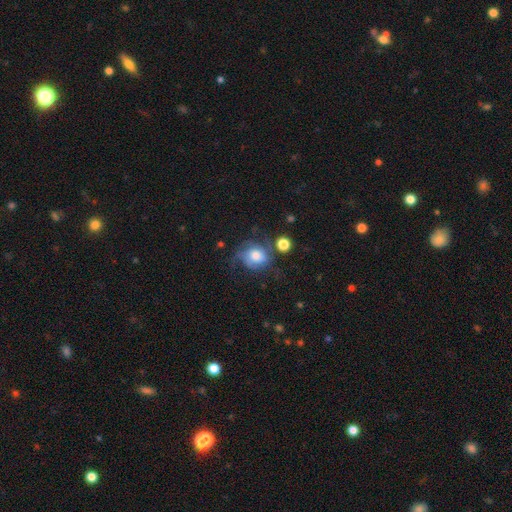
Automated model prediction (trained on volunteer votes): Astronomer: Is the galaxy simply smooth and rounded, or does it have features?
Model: featured or disk — 51% (runner-up: smooth, 39%).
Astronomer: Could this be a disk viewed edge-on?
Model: no — 97%.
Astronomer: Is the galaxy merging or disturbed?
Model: none — 44% (runner-up: major disturbance, 25%).